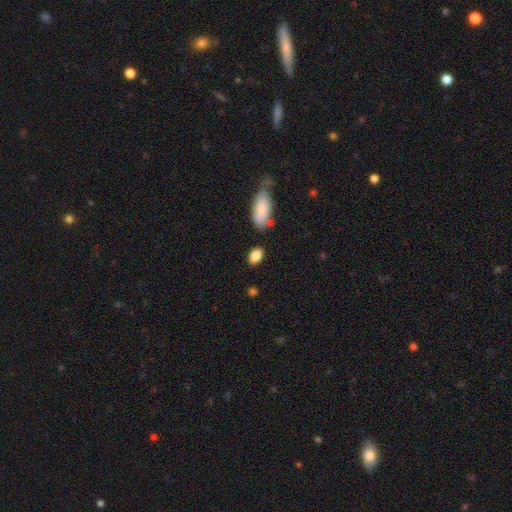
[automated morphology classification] type=smooth (86%); roundness=in between (89%); merging=none (81%).